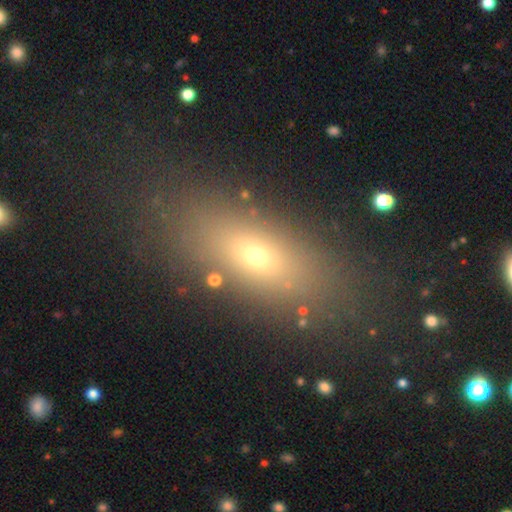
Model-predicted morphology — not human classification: The model was most divided on "smooth or featured": smooth: 64%, featured or disk: 19%, star or artifact: 17%. More confident: merging — none (81%); how rounded — in between (70%).